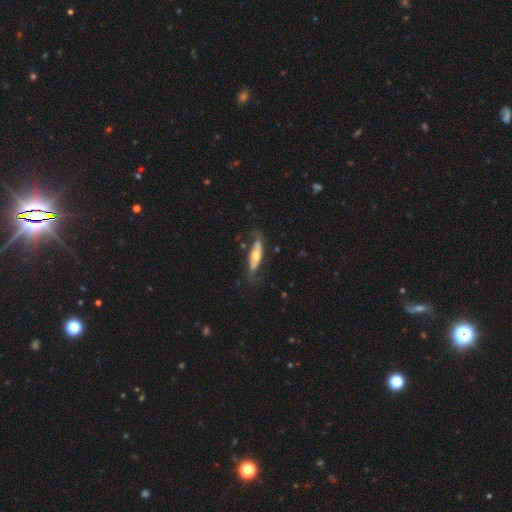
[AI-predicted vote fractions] Morphology: type=featured or disk (60%); edge-on=no (54%); merging=none (61%).